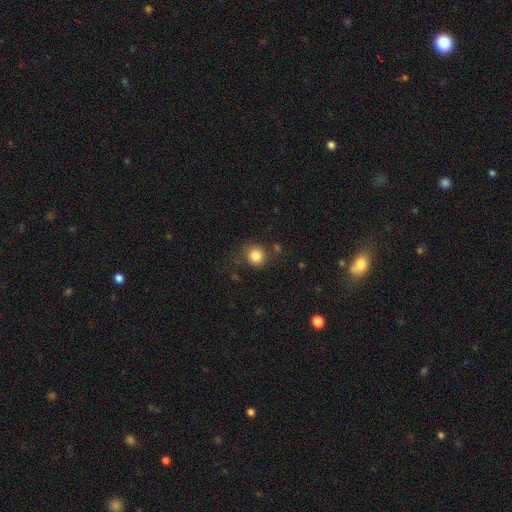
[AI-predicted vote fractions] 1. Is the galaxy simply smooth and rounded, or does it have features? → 83% smooth, 11% star or artifact, 6% featured or disk.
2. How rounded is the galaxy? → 86% round, 13% in between, 1% cigar-shaped.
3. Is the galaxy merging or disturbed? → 77% none, 14% minor disturbance, 5% major disturbance, 4% merger.